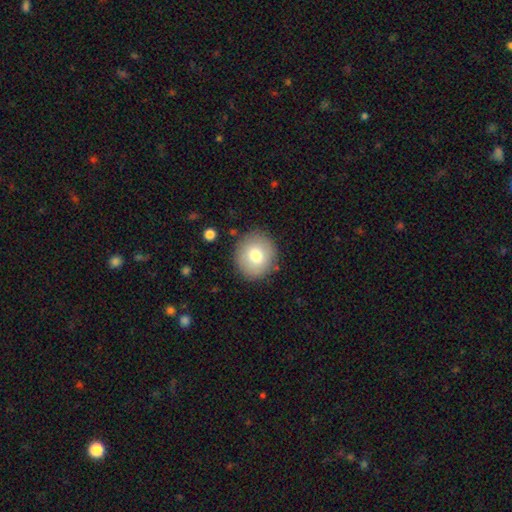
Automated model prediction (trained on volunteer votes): smooth_or_featured: smooth (p=0.77) [alt: featured or disk p=0.15]
how_rounded: round (p=0.86) [alt: in between p=0.13]
merging: none (p=0.87) [alt: minor disturbance p=0.09]